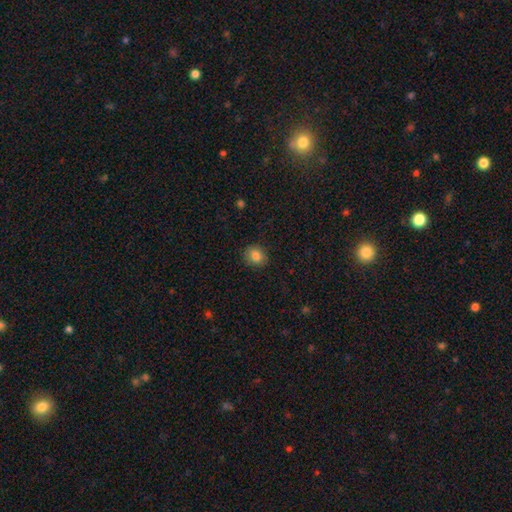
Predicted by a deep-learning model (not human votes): A smooth galaxy with no disk features (84%) that is round (69%).

Vote fractions:
- Smooth or featured? smooth: 84% / star or artifact: 10% / featured or disk: 6%
- How rounded? round: 69% / in between: 30% / cigar-shaped: 1%
- Merging? none: 88% / minor disturbance: 9% / major disturbance: 2% / merger: 1%